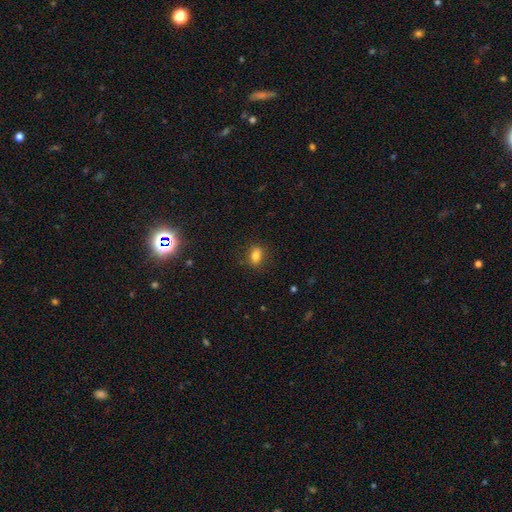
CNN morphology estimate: Smooth or featured? smooth (80%)
How rounded? in between (74%)
Merging? none (83%)